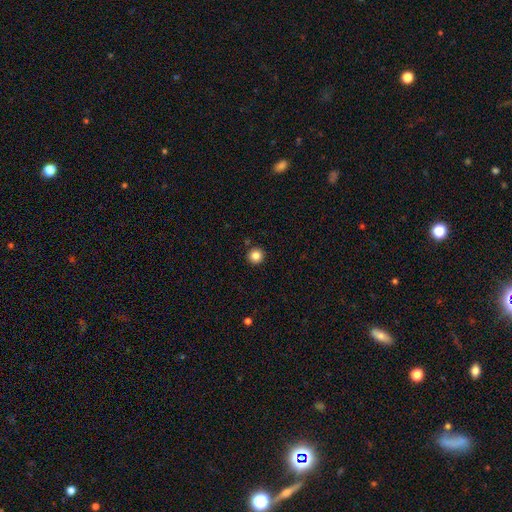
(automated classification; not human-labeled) Smooth or featured: smooth — 85% (star or artifact — 11%)
How rounded: round — 95% (in between — 4%)
Merging: none — 91% (minor disturbance — 5%)